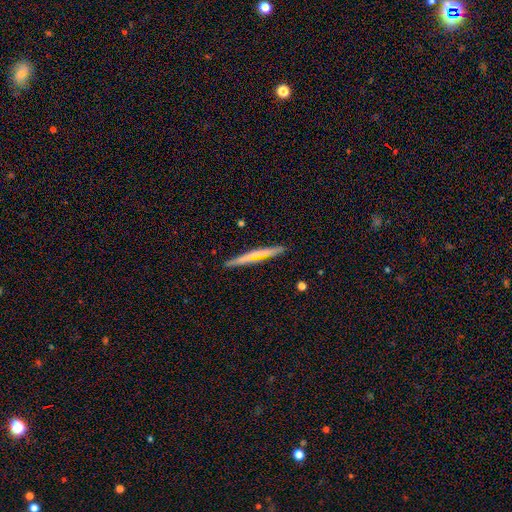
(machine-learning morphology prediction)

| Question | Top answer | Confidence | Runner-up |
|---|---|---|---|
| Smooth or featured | featured or disk | 52% | smooth (42%) |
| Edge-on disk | yes | 95% | no (5%) |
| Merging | none | 88% | minor disturbance (8%) |